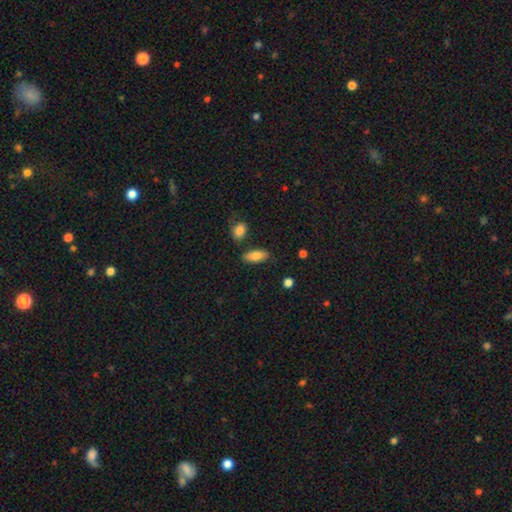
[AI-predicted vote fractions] Smooth or featured?
  - smooth: 84% *
  - featured or disk: 10%
  - star or artifact: 7%
How rounded?
  - in between: 83% *
  - cigar-shaped: 14%
  - round: 3%
Merging?
  - none: 79% *
  - minor disturbance: 13%
  - merger: 5%
  - major disturbance: 3%